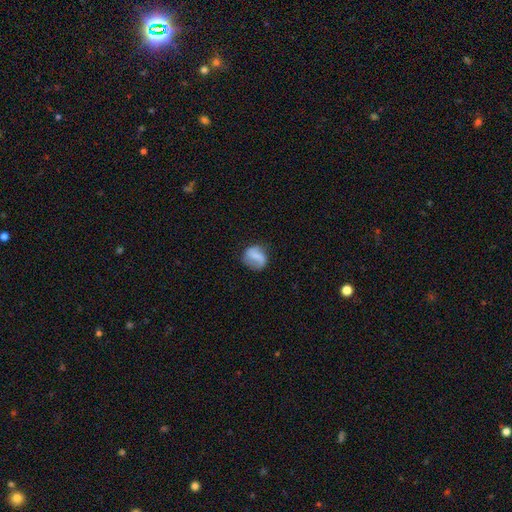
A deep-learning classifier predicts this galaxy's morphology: Smooth or featured: smooth — 53% (featured or disk — 38%)
How rounded: round — 63% (in between — 35%)
Merging: none — 66% (minor disturbance — 22%)